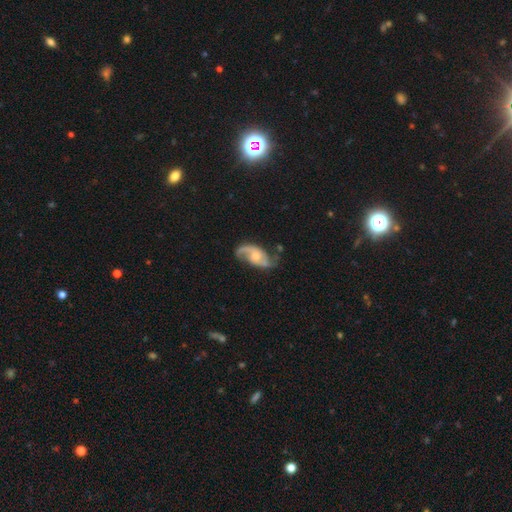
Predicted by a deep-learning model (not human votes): A featured or disk galaxy (86%) with no bar (57%), 2 (87%) medium (44%) spiral arms (96%) and a moderate central bulge (54%). Merging: none (66%).